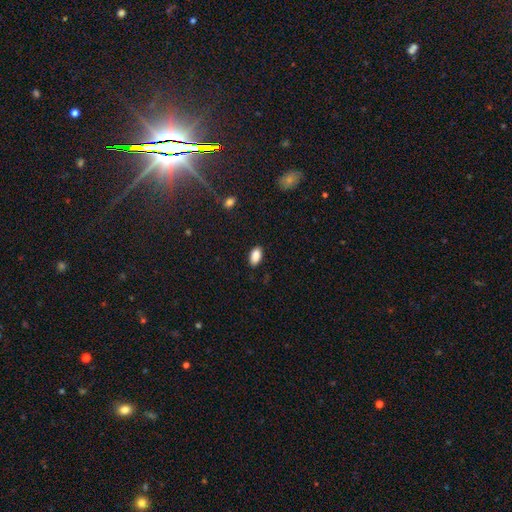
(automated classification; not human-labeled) The model was most divided on "merging": none: 87%, minor disturbance: 10%, major disturbance: 2%, merger: 1%. More confident: how rounded — in between (93%); smooth or featured — smooth (89%).